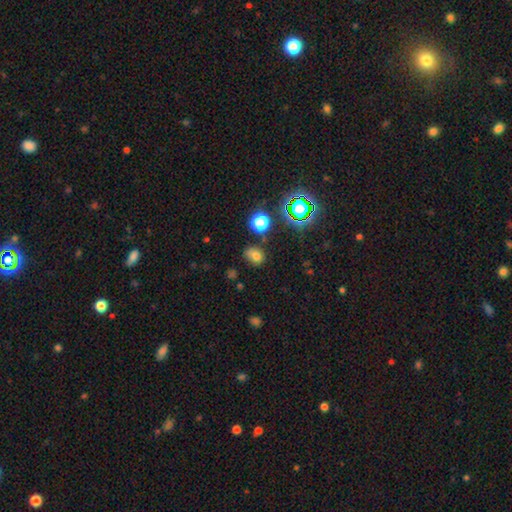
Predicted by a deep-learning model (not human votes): smooth-or-featured: smooth: 69% | star or artifact: 22% | featured or disk: 9%
  how-rounded: in between: 51% | round: 47% | cigar-shaped: 1%
  merging: none: 63% | minor disturbance: 23% | major disturbance: 7% | merger: 7%